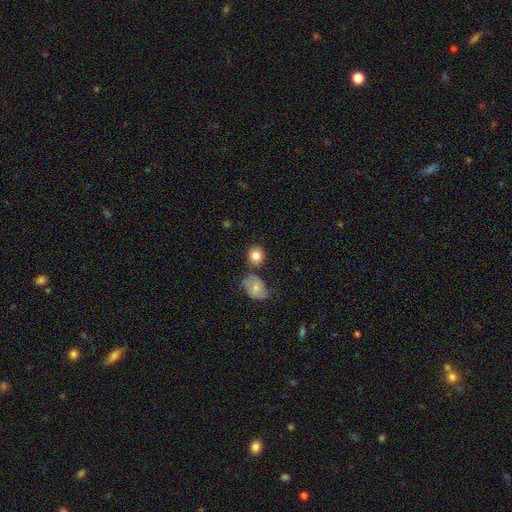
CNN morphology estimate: Smooth or featured?
  - smooth: 81% *
  - featured or disk: 11%
  - star or artifact: 7%
How rounded?
  - round: 80% *
  - in between: 19%
  - cigar-shaped: 1%
Merging?
  - none: 68% *
  - merger: 15%
  - minor disturbance: 13%
  - major disturbance: 4%